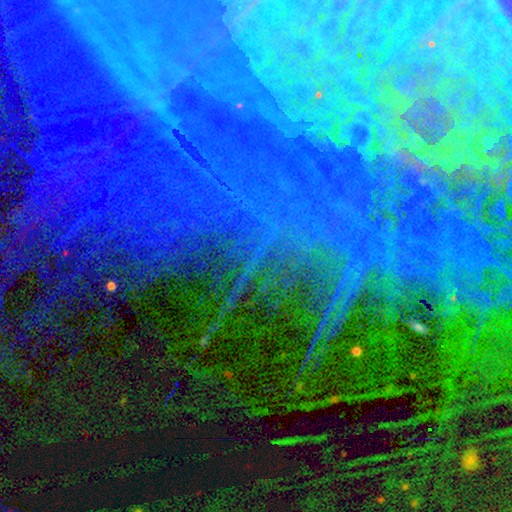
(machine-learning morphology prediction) smooth-or-featured: star or artifact: 77% | featured or disk: 14% | smooth: 9%